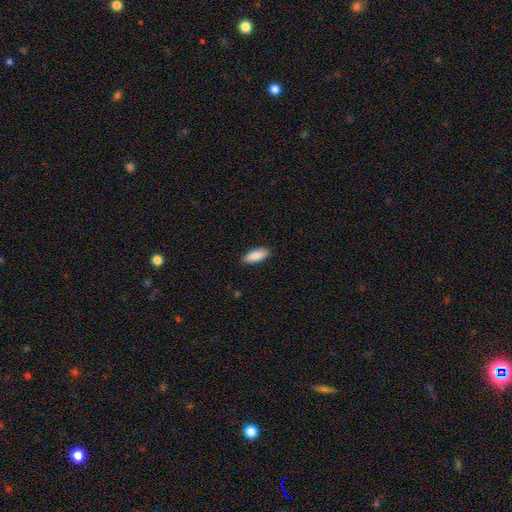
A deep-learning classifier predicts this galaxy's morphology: Smooth or featured: smooth — 89% (featured or disk — 6%)
How rounded: in between — 74% (cigar-shaped — 24%)
Merging: none — 88% (minor disturbance — 9%)